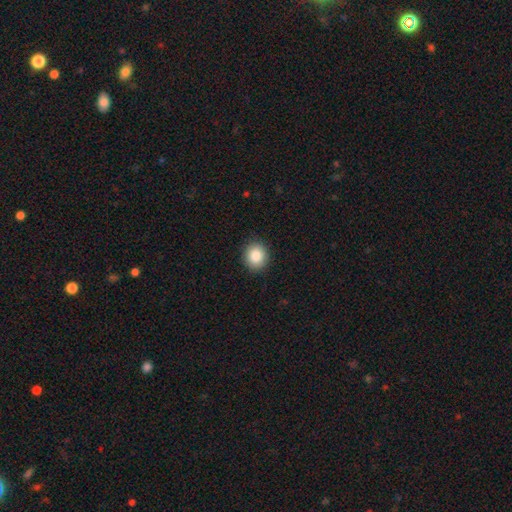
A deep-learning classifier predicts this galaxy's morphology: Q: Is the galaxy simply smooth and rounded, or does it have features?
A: smooth — 87%.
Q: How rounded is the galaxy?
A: round — 78%.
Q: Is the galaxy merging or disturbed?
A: none — 90%.